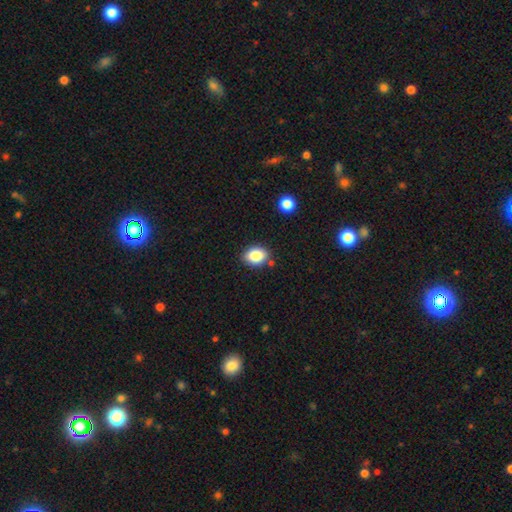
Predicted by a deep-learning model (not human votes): This is clearly a smooth galaxy (85%). How rounded: likely in between (70%). Merging: clearly none (82%).